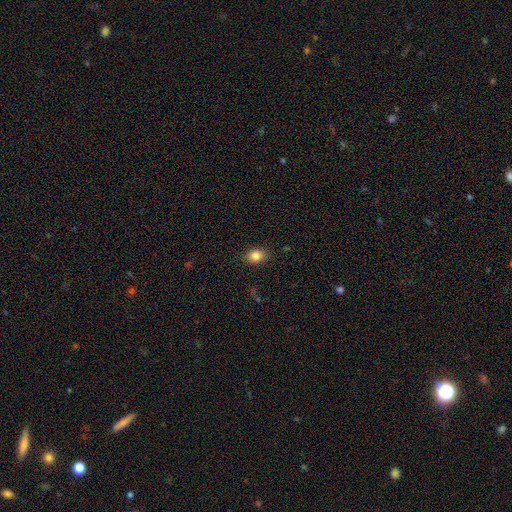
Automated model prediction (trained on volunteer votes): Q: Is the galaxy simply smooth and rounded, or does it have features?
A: smooth — 85%.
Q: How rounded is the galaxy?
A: in between — 68%.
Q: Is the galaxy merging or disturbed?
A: none — 87%.